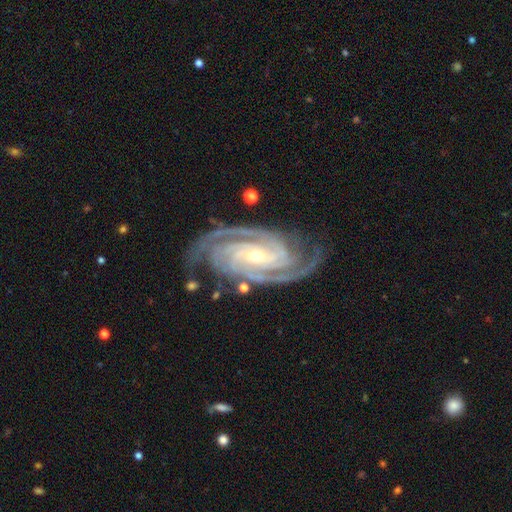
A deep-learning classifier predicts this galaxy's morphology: smooth_or_featured: featured or disk (p=0.94) [alt: star or artifact p=0.04]
disk_edge_on: no (p=0.97) [alt: yes p=0.03]
bar: no (p=0.42) [alt: weak p=0.30]
has_spiral_arms: yes (p=0.99) [alt: no p=0.01]
spiral_winding: tight (p=0.74) [alt: medium p=0.23]
spiral_arm_count: 3 (p=0.34) [alt: 2 p=0.32]
bulge_size: small (p=0.56) [alt: moderate p=0.41]
merging: none (p=0.79) [alt: minor disturbance p=0.15]